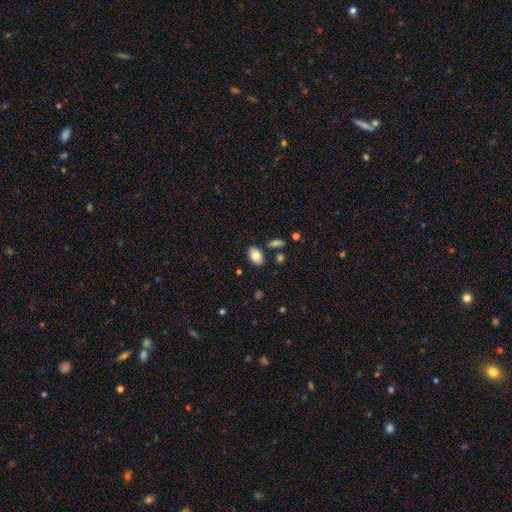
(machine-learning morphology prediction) type=smooth (83%); roundness=in between (87%); merging=none (83%).